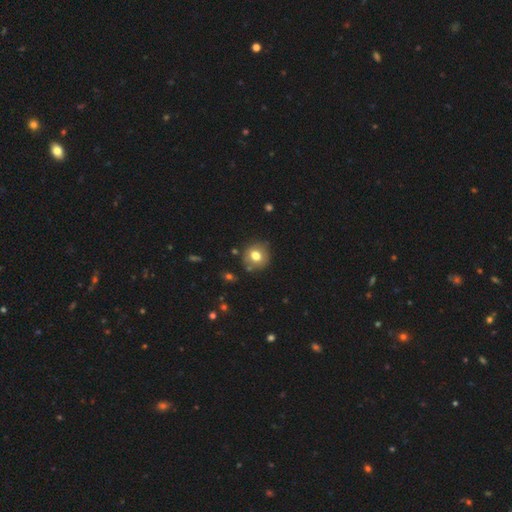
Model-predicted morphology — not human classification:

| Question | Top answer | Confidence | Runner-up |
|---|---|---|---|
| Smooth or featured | smooth | 74% | featured or disk (15%) |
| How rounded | round | 87% | in between (12%) |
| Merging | none | 82% | minor disturbance (12%) |